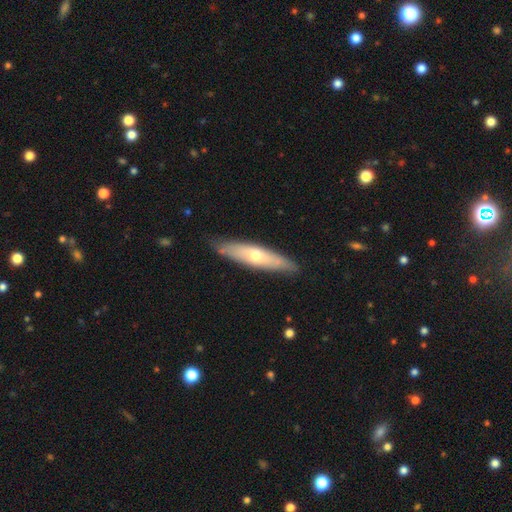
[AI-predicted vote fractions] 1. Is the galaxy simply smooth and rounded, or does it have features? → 47% featured or disk (tied), 47% smooth (tied), 6% star or artifact.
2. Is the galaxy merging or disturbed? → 85% none, 12% minor disturbance, 2% major disturbance, 1% merger.